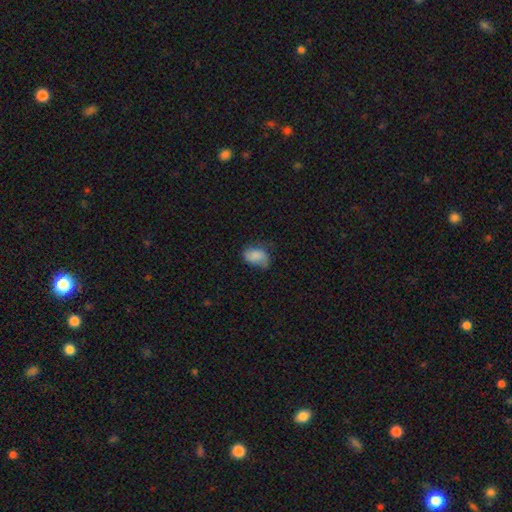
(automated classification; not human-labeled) Q: Smooth or featured?
A: smooth (73%); runner-up: featured or disk (18%)
Q: How rounded?
A: in between (84%); runner-up: round (15%)
Q: Merging?
A: none (45%); runner-up: minor disturbance (35%)